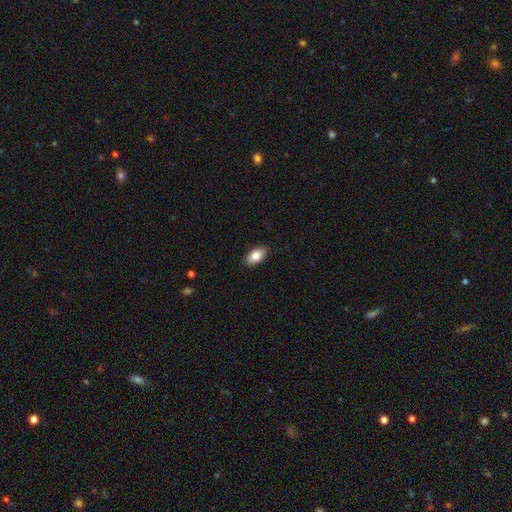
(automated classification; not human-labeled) This is clearly a smooth galaxy (84%). How rounded: clearly in between (93%). Merging: clearly none (89%).